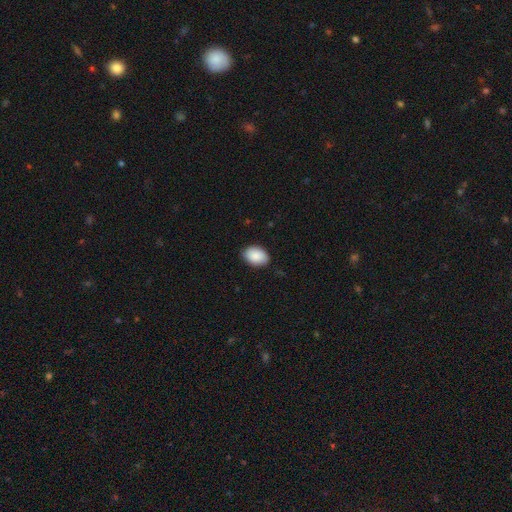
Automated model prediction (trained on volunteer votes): Smooth or featured? smooth (89%)
How rounded? in between (82%)
Merging? none (86%)